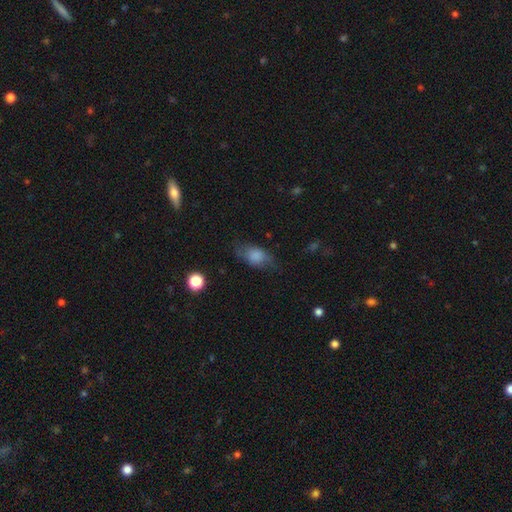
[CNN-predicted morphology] A smooth galaxy with no disk features (71%) that is in between round and cigar-shaped (80%). Merging: none (60%).